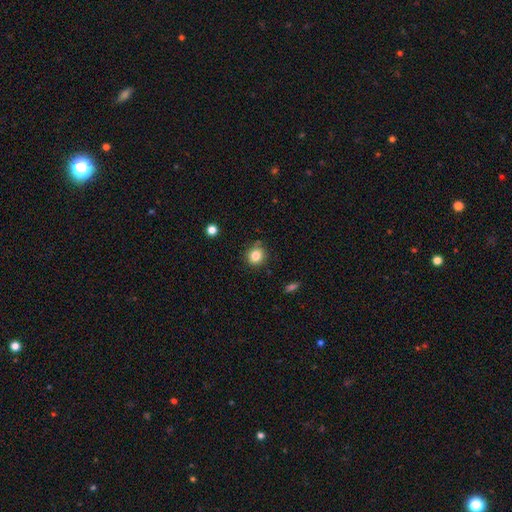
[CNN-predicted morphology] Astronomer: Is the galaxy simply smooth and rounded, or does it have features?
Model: smooth — 83%.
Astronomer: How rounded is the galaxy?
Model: round — 87%.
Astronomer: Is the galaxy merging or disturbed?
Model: none — 82%.